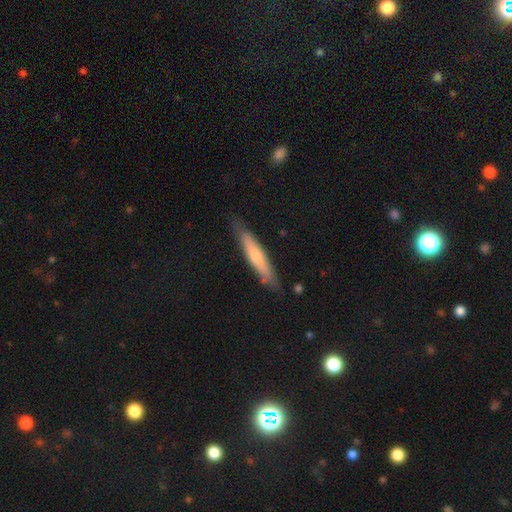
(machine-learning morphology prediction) This appears to be a smooth galaxy with no disk features (54%) that is cigar-shaped (88%). Merging: none (79%).